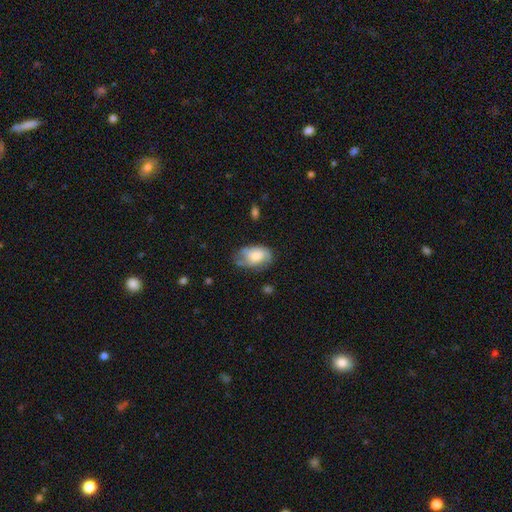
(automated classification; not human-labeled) Q: Smooth or featured?
A: smooth (62%); runner-up: featured or disk (30%)
Q: How rounded?
A: in between (86%); runner-up: round (13%)
Q: Merging?
A: none (46%); runner-up: minor disturbance (34%)